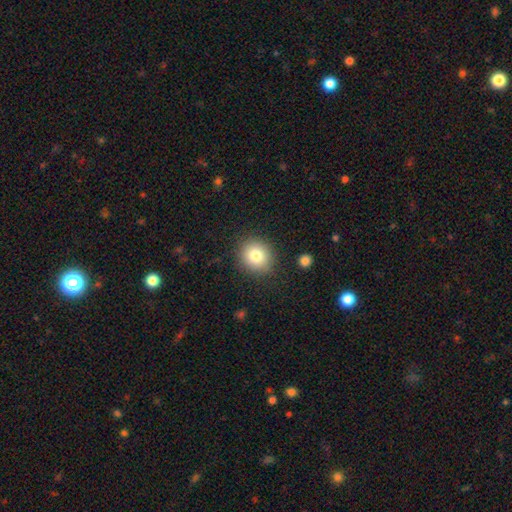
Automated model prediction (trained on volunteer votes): smooth-or-featured: smooth: 80% | star or artifact: 11% | featured or disk: 10%
  how-rounded: round: 86% | in between: 14% | cigar-shaped: 1%
  merging: none: 88% | minor disturbance: 8% | major disturbance: 3% | merger: 2%